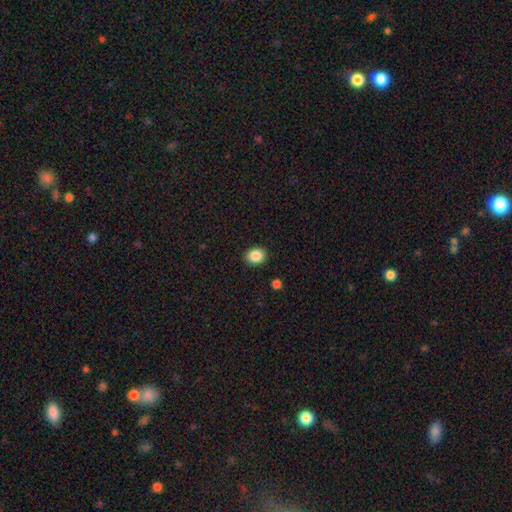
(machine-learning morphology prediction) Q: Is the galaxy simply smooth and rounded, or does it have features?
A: smooth — 87%.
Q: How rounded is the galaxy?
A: in between — 53%.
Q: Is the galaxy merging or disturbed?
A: none — 90%.